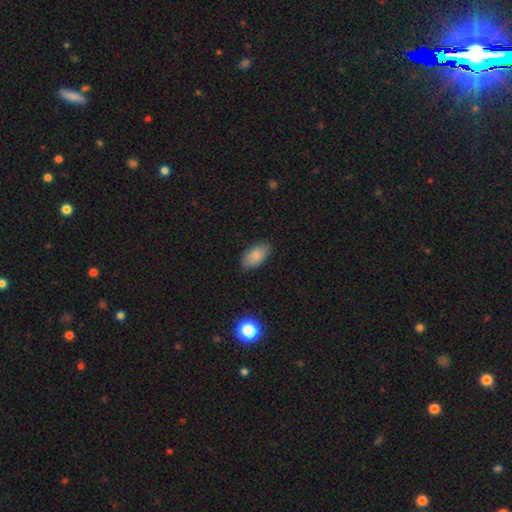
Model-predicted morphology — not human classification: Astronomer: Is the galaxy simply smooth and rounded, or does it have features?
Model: smooth — 82%.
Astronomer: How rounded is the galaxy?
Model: in between — 93%.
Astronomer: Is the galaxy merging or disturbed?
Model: none — 84%.